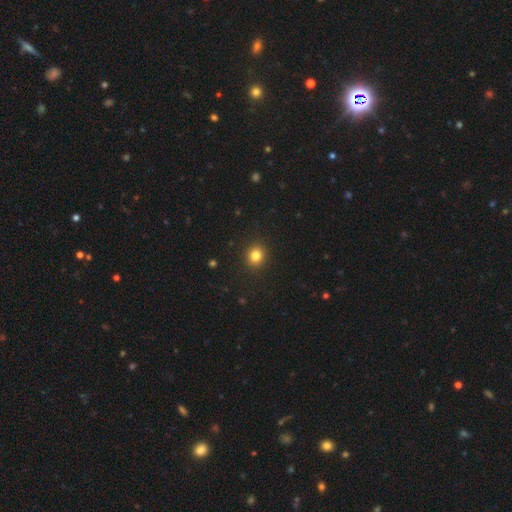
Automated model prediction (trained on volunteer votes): A smooth galaxy with no disk features (82%) that is round (84%).

Vote fractions:
- Smooth or featured? smooth: 82% / star or artifact: 12% / featured or disk: 6%
- How rounded? round: 84% / in between: 15% / cigar-shaped: 1%
- Merging? none: 91% / minor disturbance: 6% / major disturbance: 2% / merger: 1%